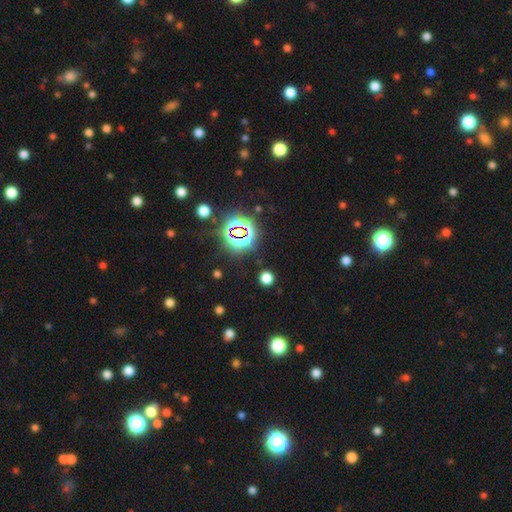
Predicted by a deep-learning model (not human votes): Morphology: type=star or artifact (78%).